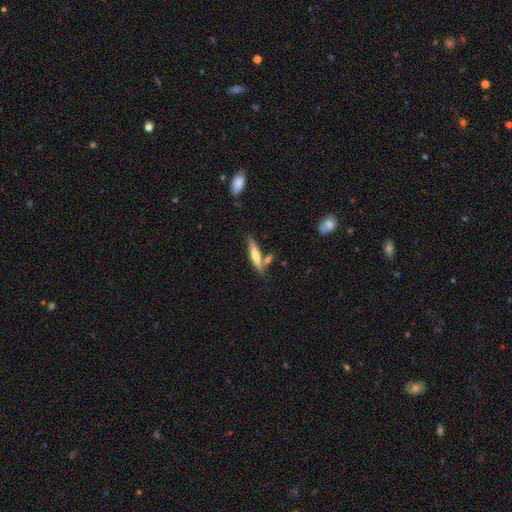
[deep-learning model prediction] This is possibly a smooth galaxy (52%). How rounded: clearly cigar-shaped (85%). Merging: likely none (69%).